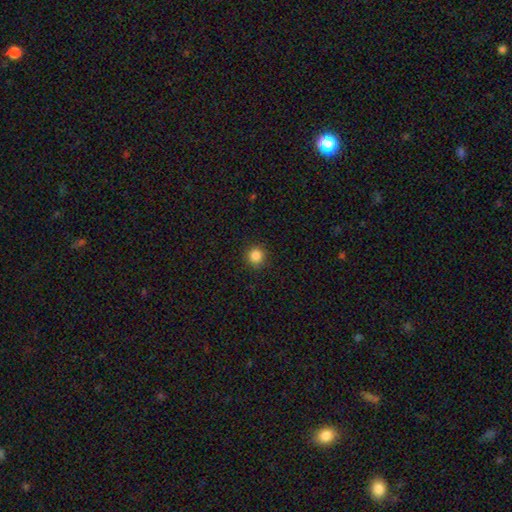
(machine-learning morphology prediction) A smooth galaxy with no disk features (86%) that is round (94%).

Vote fractions:
- Smooth or featured? smooth: 86% / star or artifact: 11% / featured or disk: 3%
- How rounded? round: 94% / in between: 5% / cigar-shaped: 1%
- Merging? none: 91% / minor disturbance: 6% / major disturbance: 2% / merger: 1%